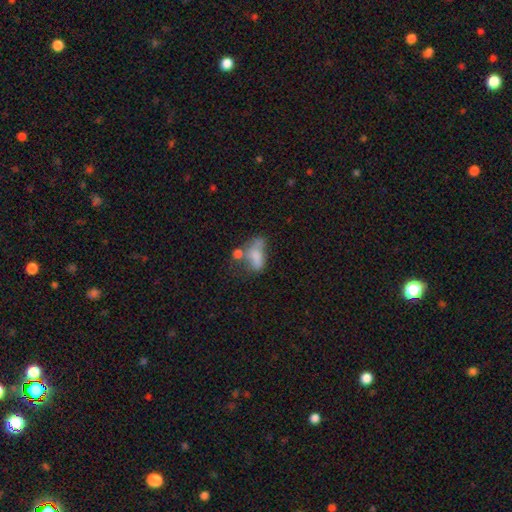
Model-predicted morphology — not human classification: Smooth or featured?
  - smooth: 60% *
  - featured or disk: 28%
  - star or artifact: 12%
How rounded?
  - in between: 85% *
  - round: 9%
  - cigar-shaped: 6%
Merging?
  - merger: 35% *
  - major disturbance: 26%
  - none: 21%
  - minor disturbance: 18%